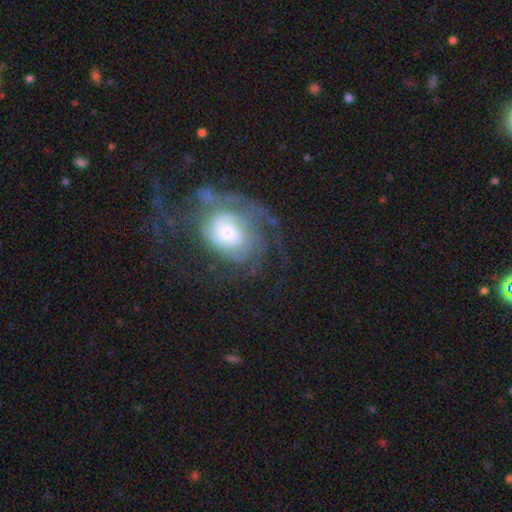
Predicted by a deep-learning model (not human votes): This is likely a featured or disk galaxy (73%). It is clearly not viewed edge-on (97%). Bar: likely no (73%). Spiral arm pattern: clearly yes (85%). Spiral arm count: marginally can't tell (37%). Spiral winding: possibly tight (49%). Central bulge: possibly moderate (47%). Merging: possibly none (53%).